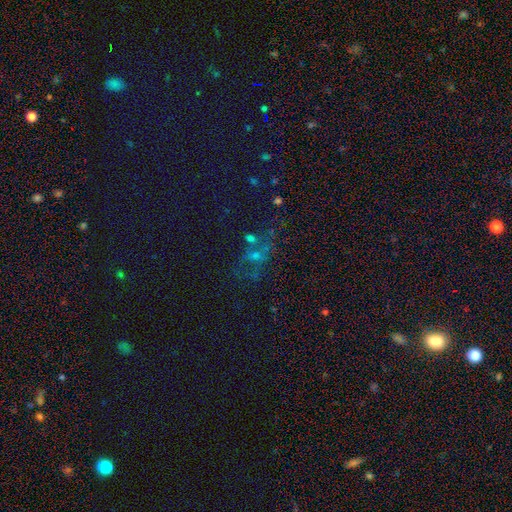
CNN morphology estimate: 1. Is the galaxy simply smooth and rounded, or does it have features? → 39% star or artifact, 33% featured or disk, 28% smooth.